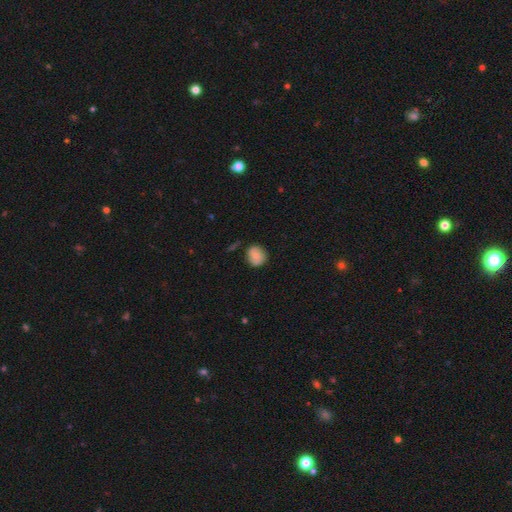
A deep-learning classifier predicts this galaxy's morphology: Smooth or featured? smooth (75%)
How rounded? round (78%)
Merging? none (74%)